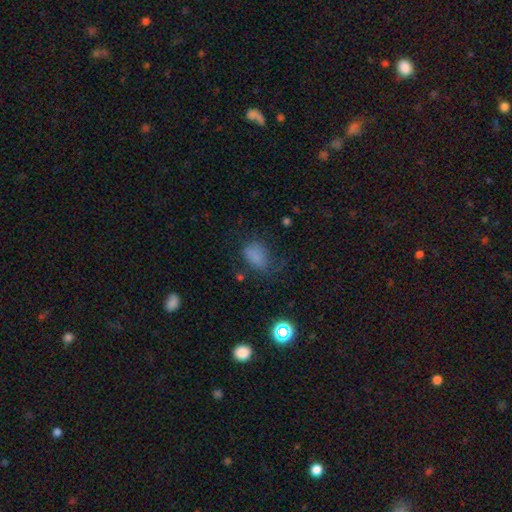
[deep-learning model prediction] smooth 75%, star or artifact 16%, featured or disk 9%. Down the decision tree: how rounded — in between (77%); merging — none (48%).